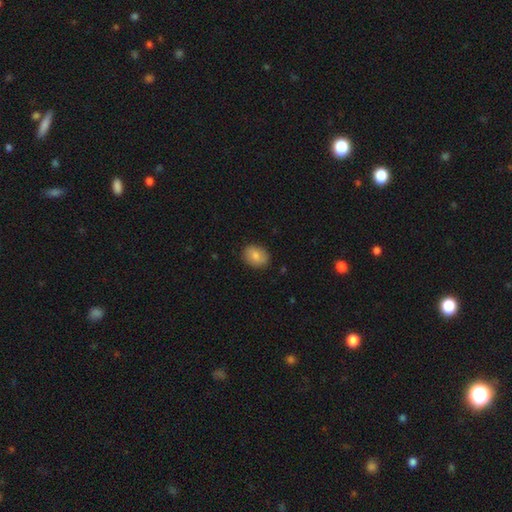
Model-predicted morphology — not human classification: type=smooth (81%); roundness=in between (60%); merging=none (87%).